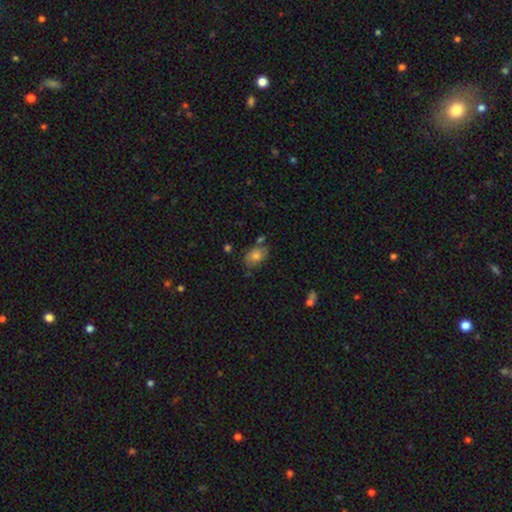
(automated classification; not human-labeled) smooth 60%, featured or disk 30%, star or artifact 10%. Down the decision tree: how rounded — in between (78%); merging — none (58%).